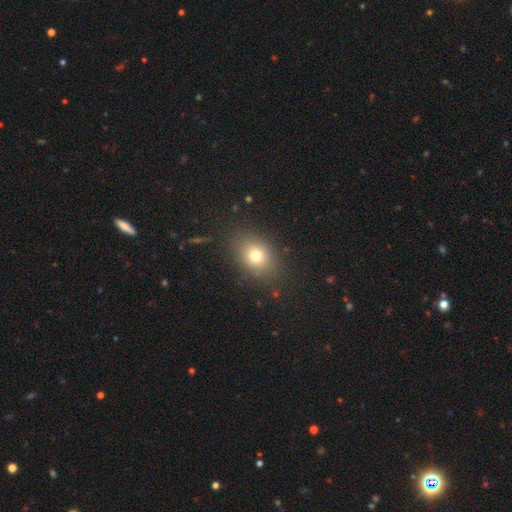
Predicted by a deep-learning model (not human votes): smooth 75%, star or artifact 13%, featured or disk 12%. Down the decision tree: how rounded — in between (58%); merging — none (83%).